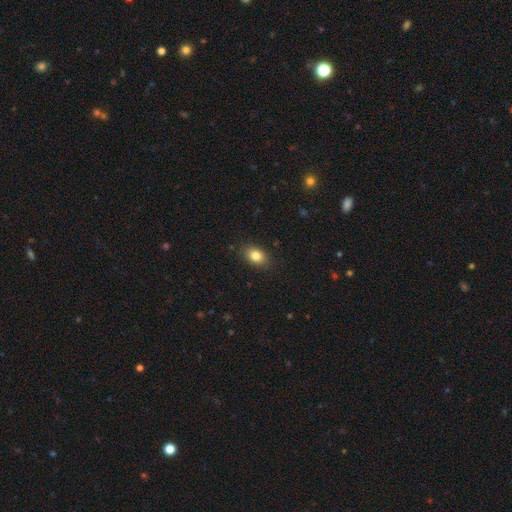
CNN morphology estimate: A smooth galaxy with no disk features (84%) that is in between round and cigar-shaped (79%).

Vote fractions:
- Smooth or featured? smooth: 84% / star or artifact: 9% / featured or disk: 7%
- How rounded? in between: 79% / round: 19% / cigar-shaped: 1%
- Merging? none: 87% / minor disturbance: 10% / major disturbance: 2% / merger: 1%